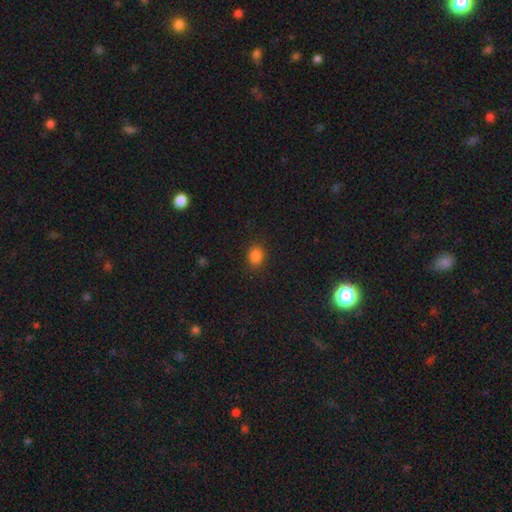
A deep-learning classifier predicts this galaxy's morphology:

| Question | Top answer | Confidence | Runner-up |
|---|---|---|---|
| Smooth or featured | smooth | 84% | star or artifact (12%) |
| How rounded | round | 58% | in between (41%) |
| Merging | none | 88% | minor disturbance (9%) |